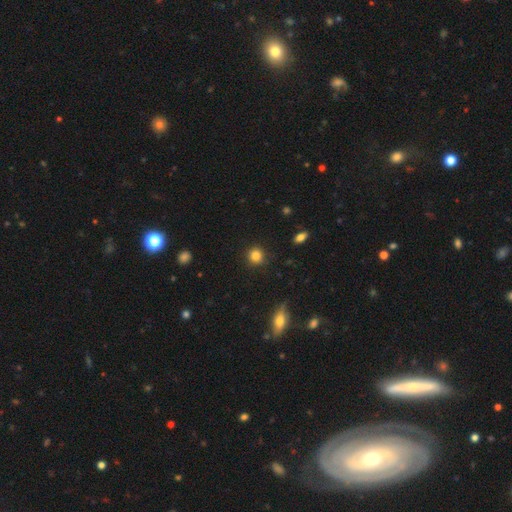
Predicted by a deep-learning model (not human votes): Morphology: type=smooth (84%); roundness=round (90%); merging=none (89%).